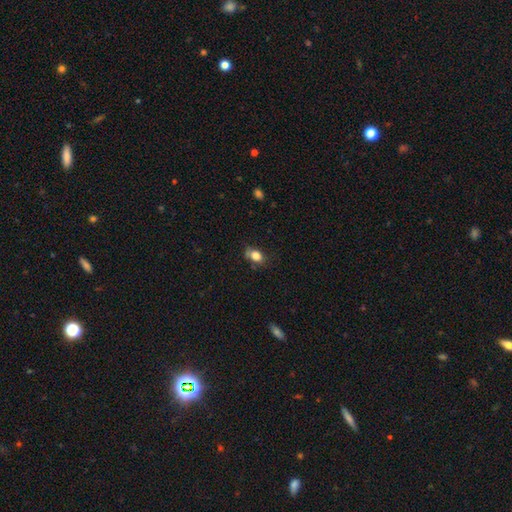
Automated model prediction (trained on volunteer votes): Smooth or featured? Predicted: smooth (p=0.81). How rounded? Predicted: in between (p=0.74). Merging? Predicted: none (p=0.64).